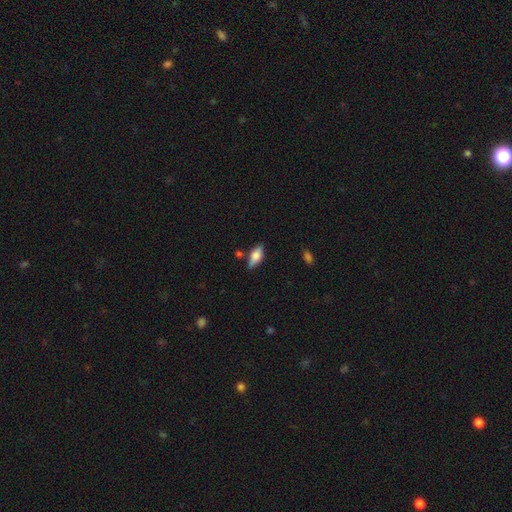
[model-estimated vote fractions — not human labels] Overall: smooth (64%; featured or disk 29%). How rounded: in between (78%). Merging: none (76%).